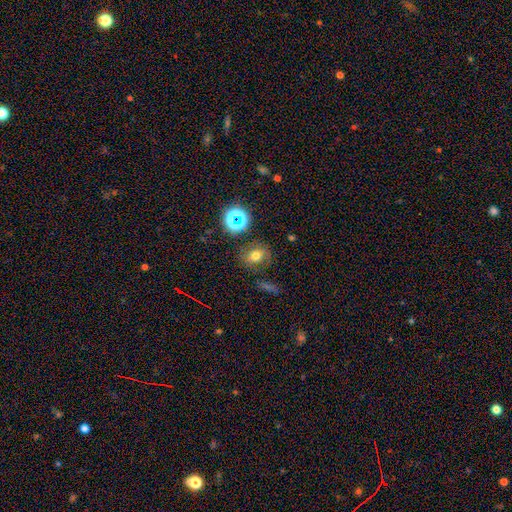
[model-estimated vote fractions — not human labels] smooth 65%, star or artifact 21%, featured or disk 15%. Down the decision tree: how rounded — round (55%); merging — none (77%).